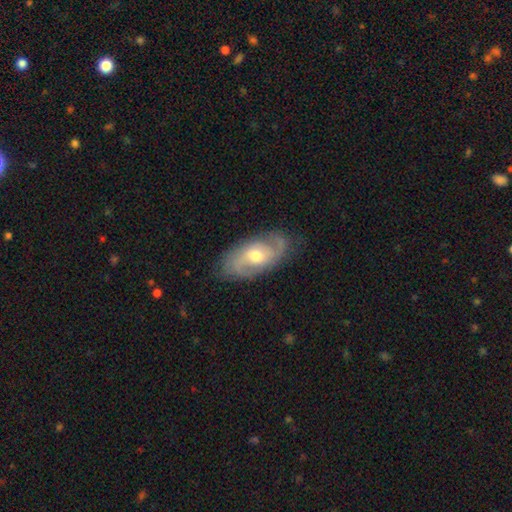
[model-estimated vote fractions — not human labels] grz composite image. It shows a featured or disk galaxy (79%) with no bar (59%), 2 (61%) medium (42%) spiral arms (92%) and a moderate central bulge (71%). Merging: none (79%).